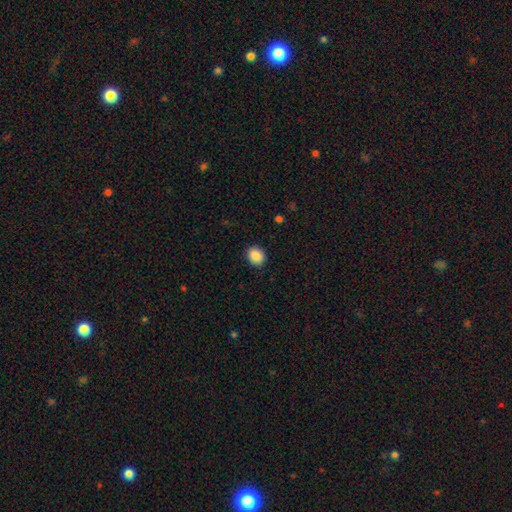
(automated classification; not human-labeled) A smooth galaxy with no disk features (87%) that is round (67%).

Vote fractions:
- Smooth or featured? smooth: 87% / star or artifact: 9% / featured or disk: 4%
- How rounded? round: 67% / in between: 32% / cigar-shaped: 1%
- Merging? none: 89% / minor disturbance: 8% / major disturbance: 2% / merger: 1%